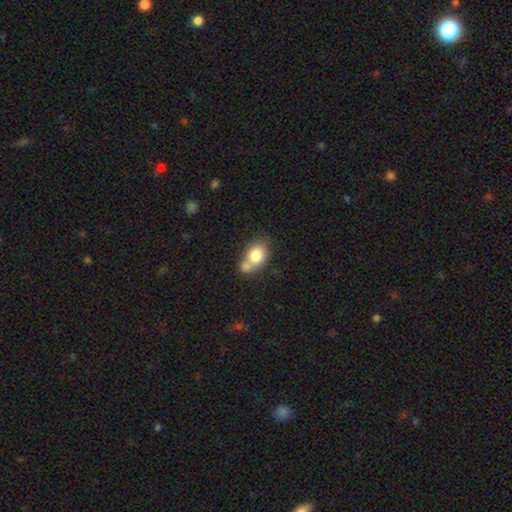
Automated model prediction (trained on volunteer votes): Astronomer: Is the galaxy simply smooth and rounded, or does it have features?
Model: smooth — 78%.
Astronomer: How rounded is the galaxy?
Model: in between — 67%.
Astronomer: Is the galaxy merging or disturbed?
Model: merger — 43% (runner-up: none, 36%).